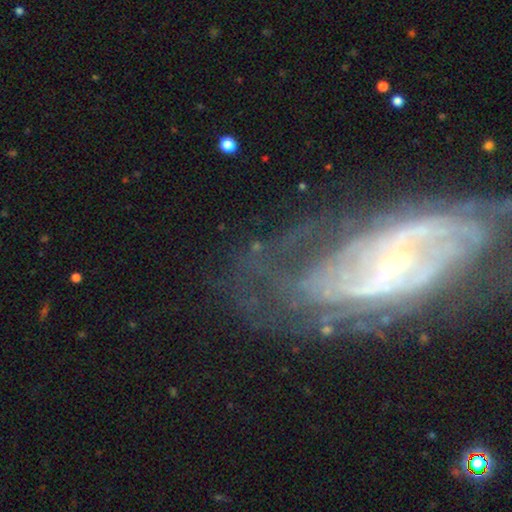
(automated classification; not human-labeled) Q: Smooth or featured?
A: featured or disk (78%); runner-up: star or artifact (11%)
Q: Edge-on disk?
A: no (90%); runner-up: yes (10%)
Q: Bar?
A: no (45%); runner-up: weak (34%)
Q: Spiral arms?
A: yes (75%); runner-up: no (25%)
Q: Spiral winding?
A: tight (45%); runner-up: medium (35%)
Q: Spiral arm count?
A: can't tell (45%); runner-up: 2 (29%)
Q: Bulge size?
A: small (77%); runner-up: moderate (16%)
Q: Merging?
A: none (55%); runner-up: major disturbance (21%)